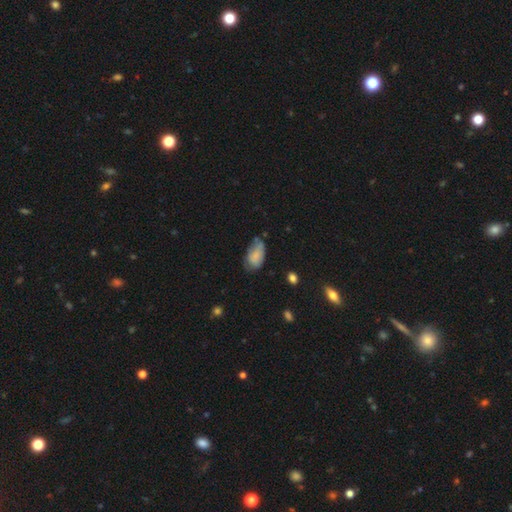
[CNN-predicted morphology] The model was most divided on "merging": none: 45%, minor disturbance: 38%, major disturbance: 12%, merger: 4%. More confident: how rounded — in between (93%); smooth or featured — smooth (78%).